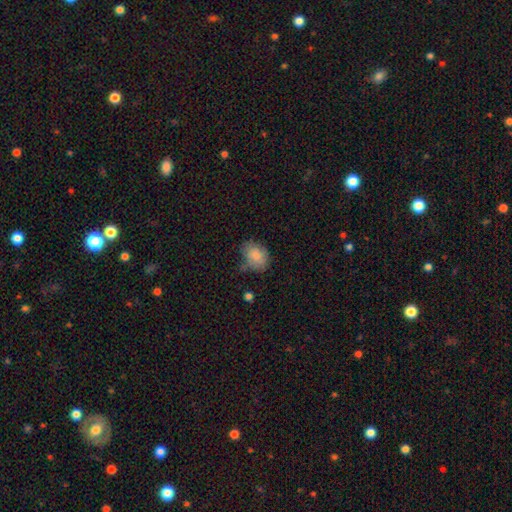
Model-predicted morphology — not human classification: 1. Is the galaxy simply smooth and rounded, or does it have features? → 84% smooth, 9% featured or disk, 8% star or artifact.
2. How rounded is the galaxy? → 71% in between, 28% round, 1% cigar-shaped.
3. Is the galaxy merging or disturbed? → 60% none, 29% minor disturbance, 8% major disturbance, 4% merger.